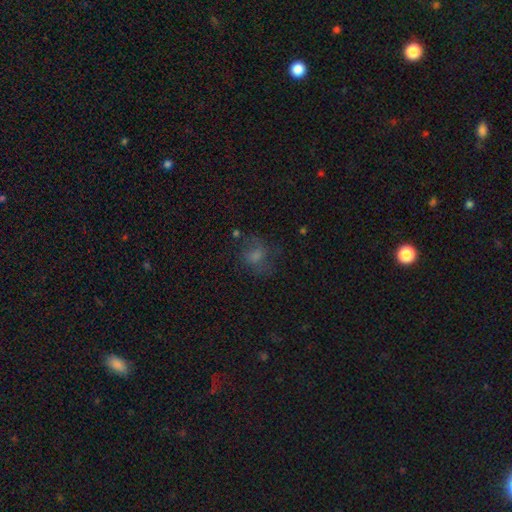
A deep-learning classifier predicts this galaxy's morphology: smooth_or_featured: smooth (p=0.60) [alt: featured or disk p=0.23]
how_rounded: round (p=0.54) [alt: in between p=0.44]
merging: none (p=0.49) [alt: major disturbance p=0.24]